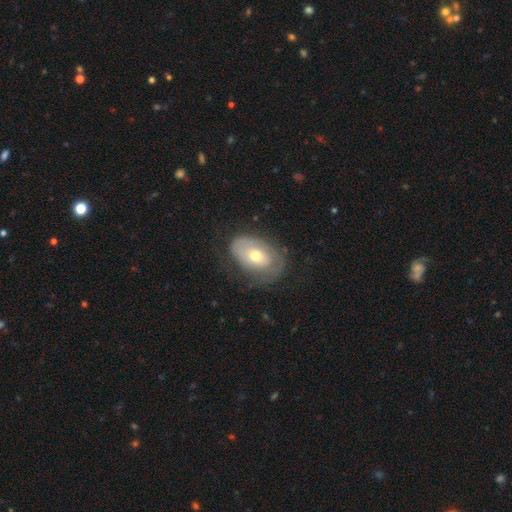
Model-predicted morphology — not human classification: smooth 48%, featured or disk 45%, star or artifact 7%. Down the decision tree: merging — none (58%).